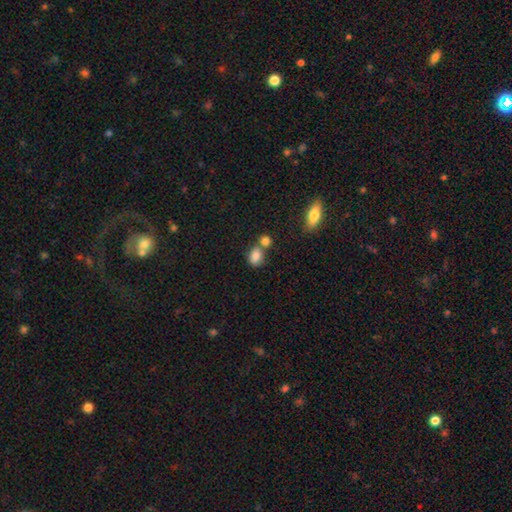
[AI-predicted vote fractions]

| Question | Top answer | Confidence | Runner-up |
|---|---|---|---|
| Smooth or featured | smooth | 83% | star or artifact (10%) |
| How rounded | in between | 67% | round (31%) |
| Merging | none | 47% | merger (36%) |